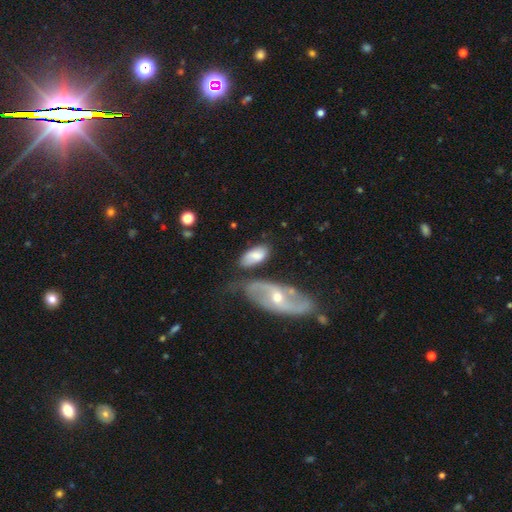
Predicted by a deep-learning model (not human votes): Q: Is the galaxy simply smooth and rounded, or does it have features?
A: smooth — 70%.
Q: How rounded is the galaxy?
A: in between — 92%.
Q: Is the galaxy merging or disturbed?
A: none — 56%.